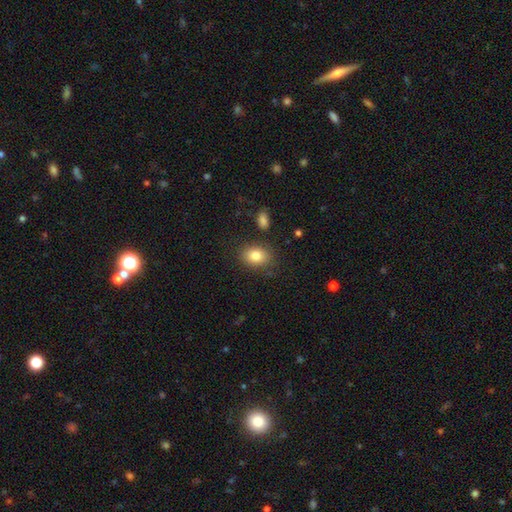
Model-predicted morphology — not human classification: This appears to be a smooth galaxy with no disk features (83%) that is in between round and cigar-shaped (69%). Merging: none (81%).